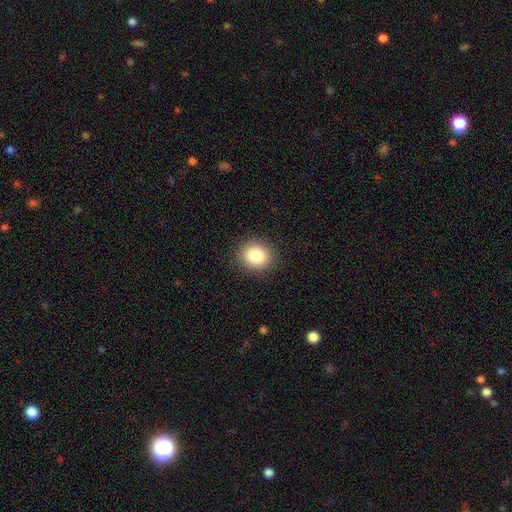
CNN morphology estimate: smooth-or-featured: smooth: 85% | star or artifact: 9% | featured or disk: 6%
  how-rounded: round: 70% | in between: 29% | cigar-shaped: 1%
  merging: none: 90% | minor disturbance: 7% | major disturbance: 2% | merger: 1%